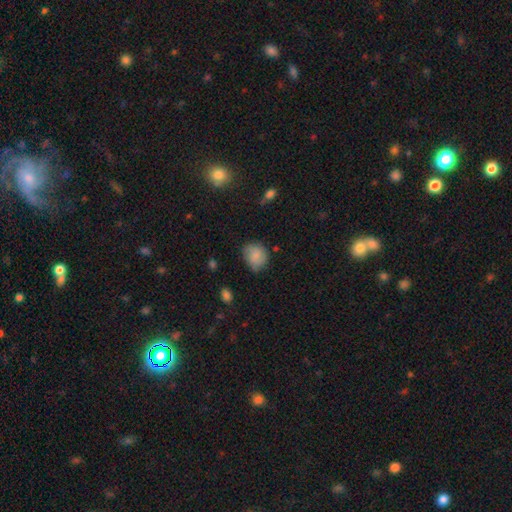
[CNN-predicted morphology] A smooth galaxy with no disk features (79%) that is round (68%). Merging: none (69%).